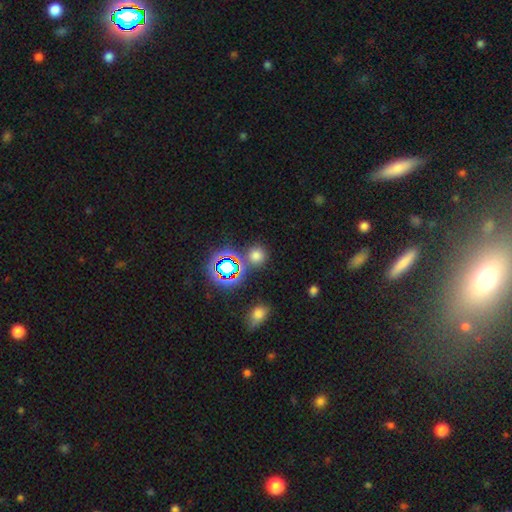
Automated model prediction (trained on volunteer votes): This appears to be a smooth galaxy with no disk features (63%) that is round (89%). Merging: none (78%).